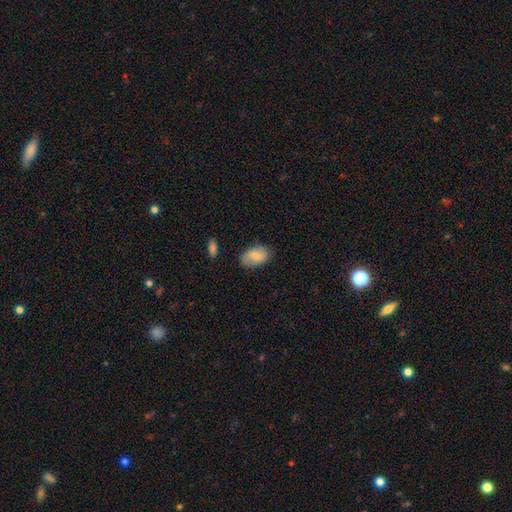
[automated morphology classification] The model was most divided on "smooth or featured": smooth: 75%, featured or disk: 19%, star or artifact: 7%. More confident: how rounded — in between (91%); merging — none (80%).